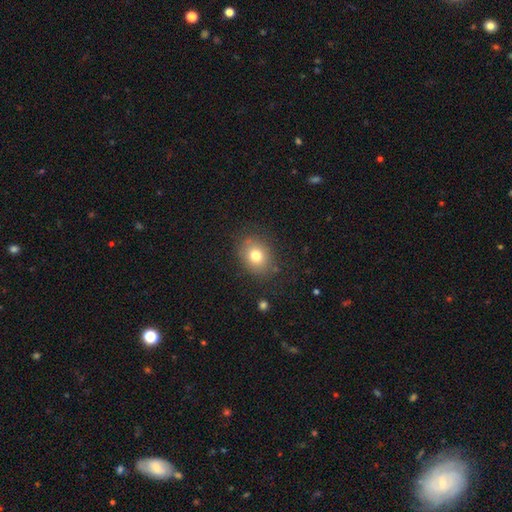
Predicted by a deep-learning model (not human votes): smooth 76%, featured or disk 13%, star or artifact 11%. Down the decision tree: how rounded — in between (50%); merging — none (80%).